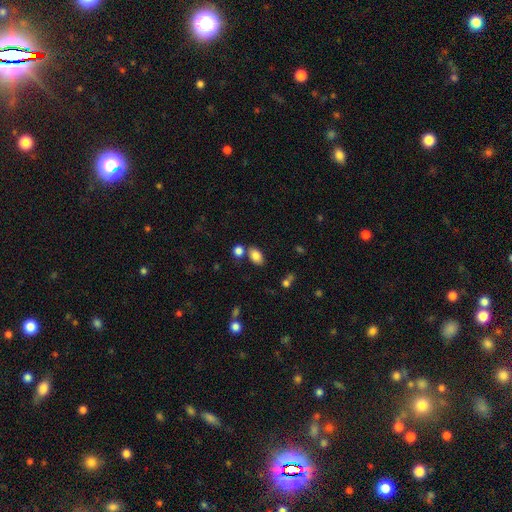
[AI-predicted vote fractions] The model was most divided on "merging": none: 67%, merger: 18%, minor disturbance: 11%, major disturbance: 4%. More confident: how rounded — in between (87%); smooth or featured — smooth (84%).